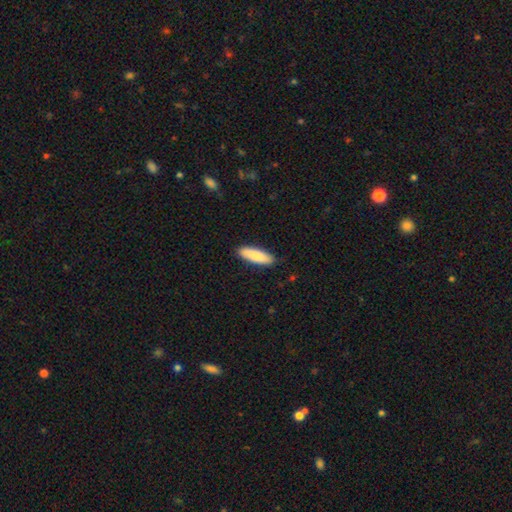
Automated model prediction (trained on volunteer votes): Smooth or featured? Predicted: smooth (p=0.86). How rounded? Predicted: in between (p=0.50). Merging? Predicted: none (p=0.88).